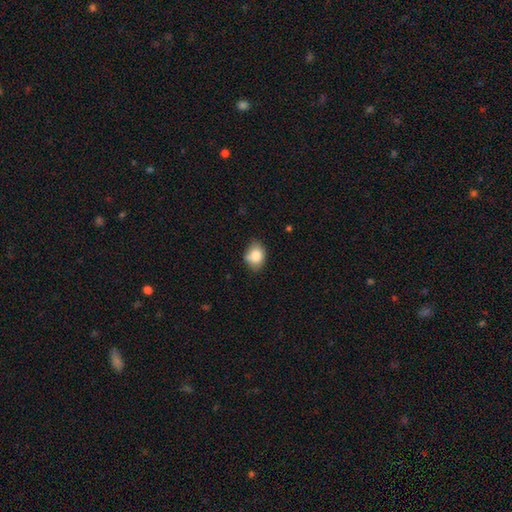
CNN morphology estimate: Q: Smooth or featured?
A: smooth (81%); runner-up: featured or disk (10%)
Q: How rounded?
A: in between (58%); runner-up: round (41%)
Q: Merging?
A: none (68%); runner-up: minor disturbance (24%)